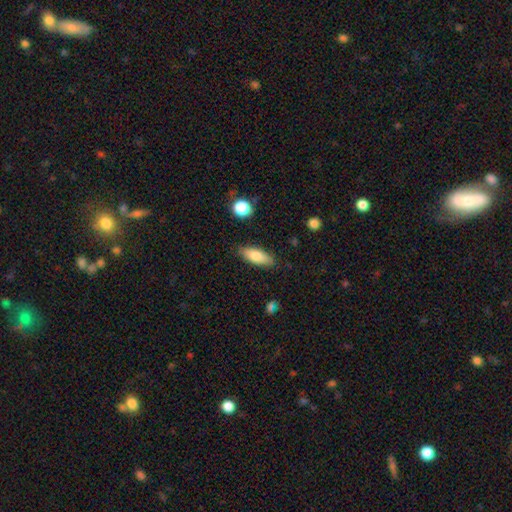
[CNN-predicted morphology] Q: Smooth or featured?
A: smooth (78%); runner-up: featured or disk (15%)
Q: How rounded?
A: in between (71%); runner-up: cigar-shaped (26%)
Q: Merging?
A: none (84%); runner-up: minor disturbance (12%)